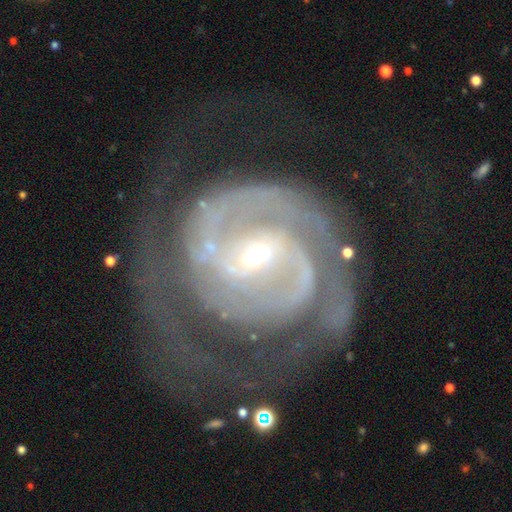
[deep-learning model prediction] A featured or disk galaxy (90%) with a weak bar (43%), 2 (60%) tight (58%) spiral arms (96%) and a small central bulge (79%).

Vote fractions:
- Smooth or featured? featured or disk: 90% / star or artifact: 5% / smooth: 5%
- Edge-on disk? no: 97% / yes: 3%
- Bar? weak: 43% / strong: 29% / no: 28%
- Spiral arms? yes: 96% / no: 4%
- Spiral winding? tight: 58% / medium: 33% / loose: 8%
- Spiral arm count? 2: 60% / can't tell: 16% / 3: 10% / 1: 6% / 4: 4% / more than 4: 4%
- Bulge size? small: 79% / moderate: 17% / large: 2% / none: 1% / dominant: 1%
- Merging? none: 52% / major disturbance: 28% / minor disturbance: 18% / merger: 2%